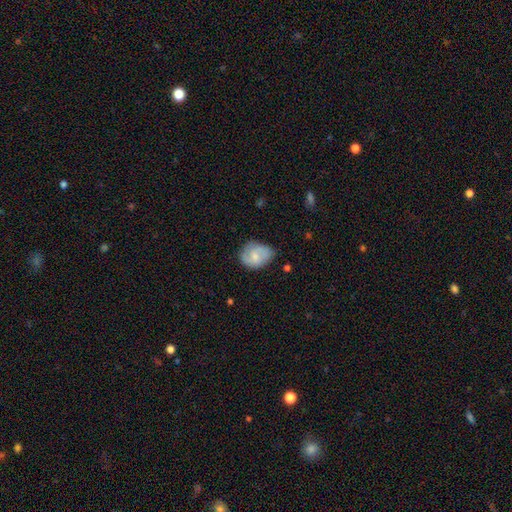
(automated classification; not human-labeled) Morphology: type=smooth (52%); roundness=in between (52%); merging=none (56%).